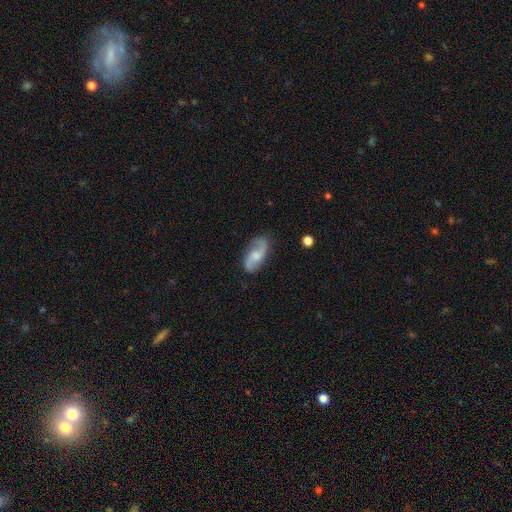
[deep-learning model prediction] Morphology: type=featured or disk (75%); edge-on=no (96%); bar=no (50%); spiral arms=yes (96%); winding=loose (59%); arm count=2 (92%); bulge=moderate (40%); merging=none (80%).